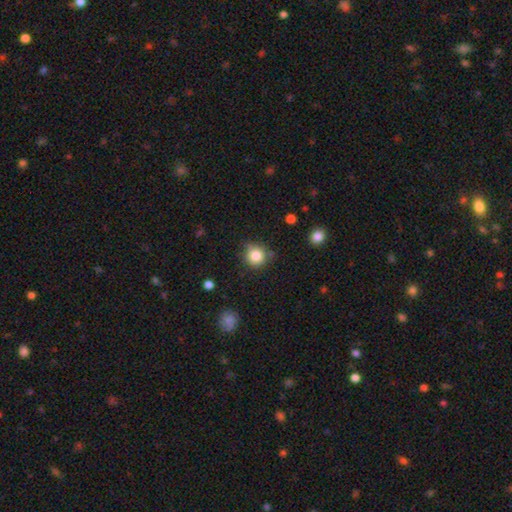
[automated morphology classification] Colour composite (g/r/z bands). It shows a smooth galaxy with no disk features (83%) that is round (90%). Merging: none (76%).